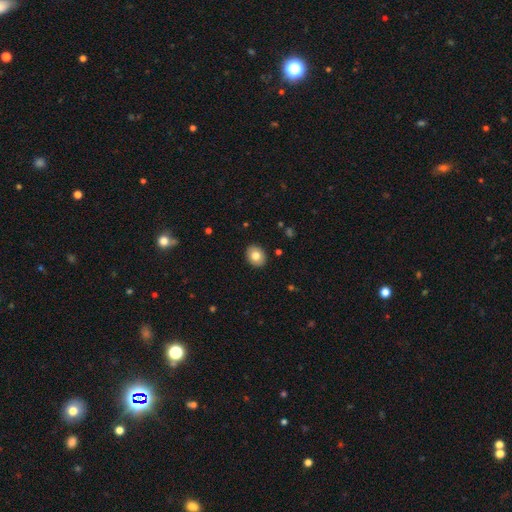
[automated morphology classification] smooth-or-featured: smooth: 80% | featured or disk: 12% | star or artifact: 8%
  how-rounded: in between: 51% | round: 48% | cigar-shaped: 1%
  merging: none: 91% | minor disturbance: 6% | major disturbance: 2% | merger: 1%